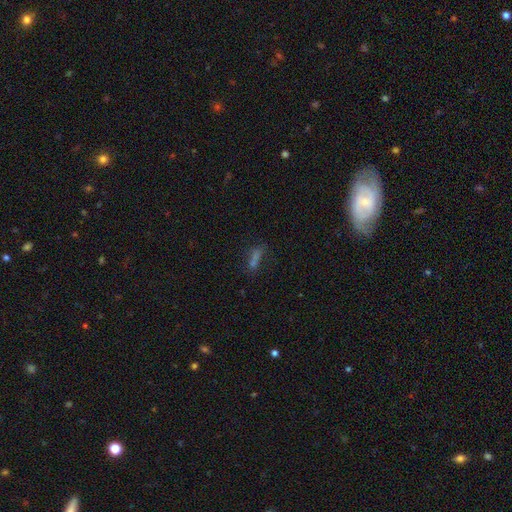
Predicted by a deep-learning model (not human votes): This appears to be a smooth galaxy with no disk features (50%). Merging: none (61%).